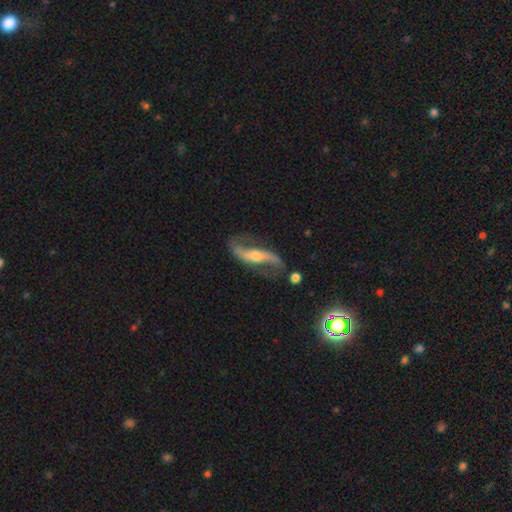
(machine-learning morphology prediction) This is clearly a featured or disk galaxy (86%). It is clearly not viewed edge-on (86%). Bar: marginally strong (45%). Spiral arm pattern: clearly yes (94%). Spiral arm count: clearly 2 (92%). Spiral winding: likely loose (77%). Central bulge: possibly moderate (53%). Merging: likely none (71%).